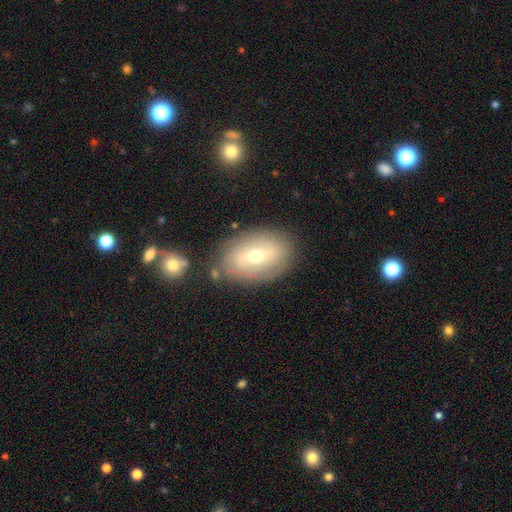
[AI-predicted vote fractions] smooth-or-featured: featured or disk: 54% | smooth: 38% | star or artifact: 8%
  disk-edge-on: no: 91% | yes: 9%
  merging: none: 80% | minor disturbance: 13% | major disturbance: 4% | merger: 4%